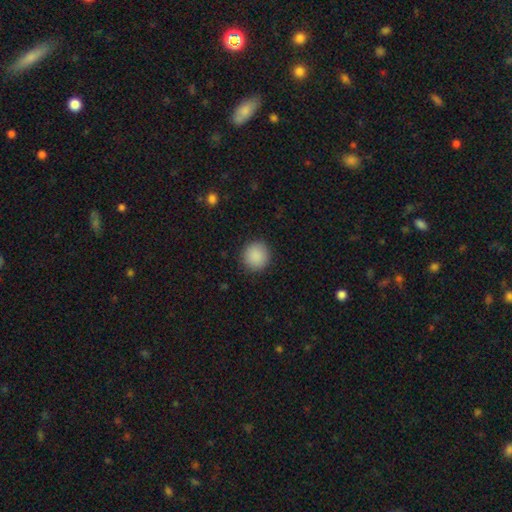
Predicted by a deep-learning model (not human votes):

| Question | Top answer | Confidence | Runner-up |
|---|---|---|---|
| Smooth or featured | smooth | 90% | star or artifact (7%) |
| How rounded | round | 93% | in between (6%) |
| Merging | none | 91% | minor disturbance (6%) |